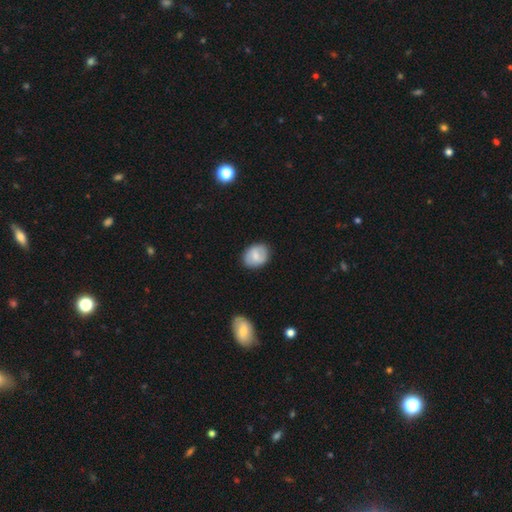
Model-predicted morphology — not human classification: smooth_or_featured: smooth (p=0.69) [alt: featured or disk p=0.24]
how_rounded: in between (p=0.57) [alt: round p=0.42]
merging: none (p=0.85) [alt: minor disturbance p=0.11]